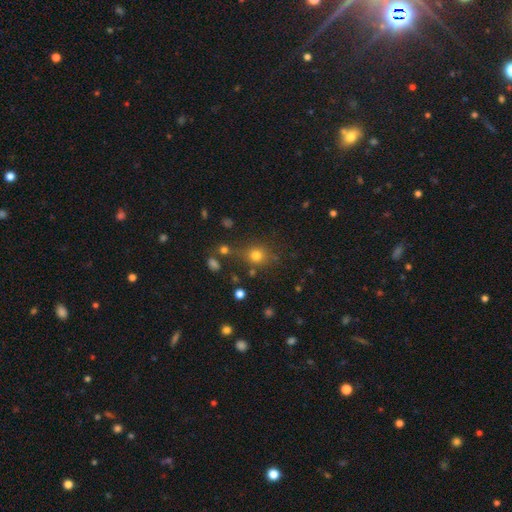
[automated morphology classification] smooth_or_featured: smooth (p=0.75) [alt: star or artifact p=0.17]
how_rounded: round (p=0.80) [alt: in between p=0.19]
merging: none (p=0.74) [alt: minor disturbance p=0.13]